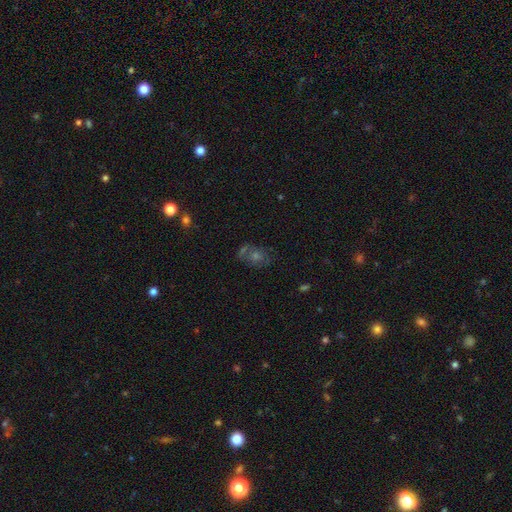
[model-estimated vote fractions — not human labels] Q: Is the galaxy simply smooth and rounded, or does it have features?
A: featured or disk — 38%.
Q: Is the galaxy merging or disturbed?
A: none — 63%.